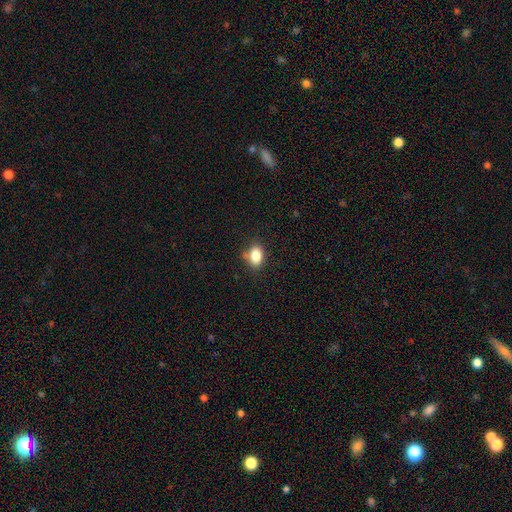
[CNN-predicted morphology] This appears to be a smooth galaxy with no disk features (85%) that is in between round and cigar-shaped (79%). Merging: none (75%).